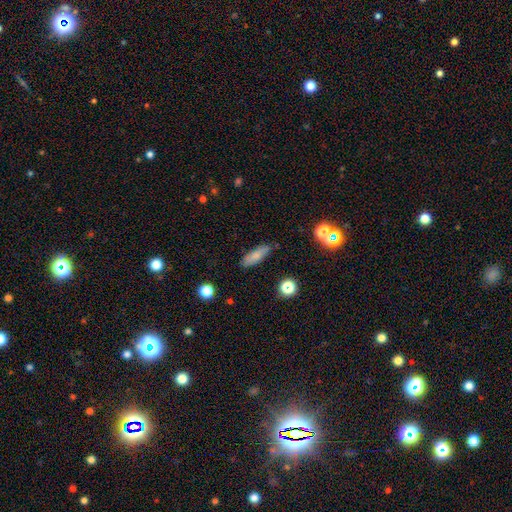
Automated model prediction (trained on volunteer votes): Overall: smooth (79%). How rounded: in between (53%; cigar-shaped 44%). Merging: none (81%).